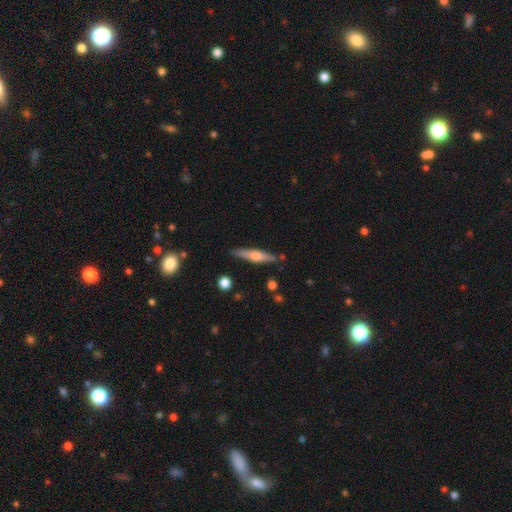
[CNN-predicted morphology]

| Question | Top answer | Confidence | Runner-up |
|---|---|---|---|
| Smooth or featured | featured or disk | 53% | smooth (40%) |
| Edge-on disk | yes | 94% | no (6%) |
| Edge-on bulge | rounded | 84% | boxy (9%) |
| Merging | none | 84% | minor disturbance (11%) |